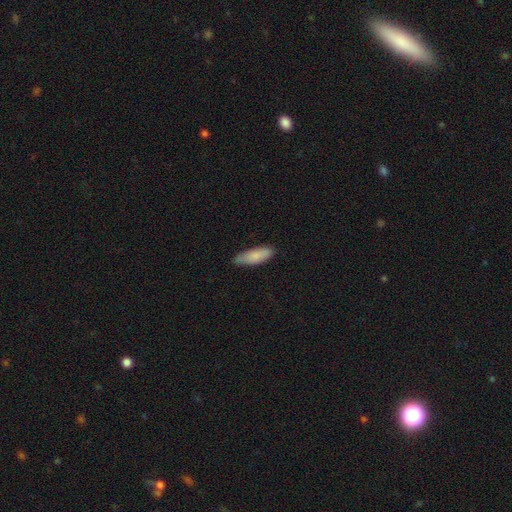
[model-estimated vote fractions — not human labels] smooth-or-featured: smooth: 82% | featured or disk: 12% | star or artifact: 6%
  how-rounded: in between: 62% | cigar-shaped: 36% | round: 2%
  merging: none: 78% | minor disturbance: 19% | major disturbance: 3% | merger: 1%